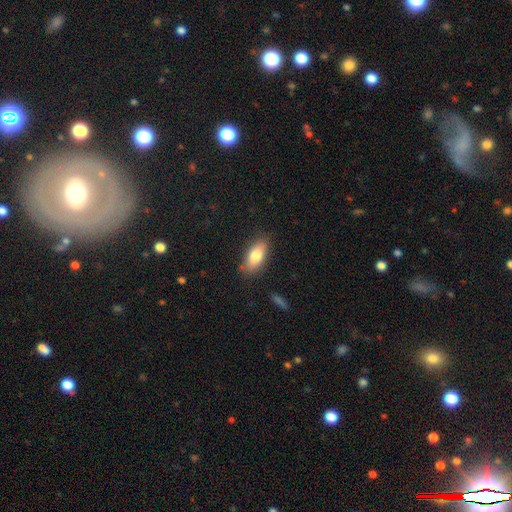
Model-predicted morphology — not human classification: Q: Smooth or featured?
A: smooth (80%); runner-up: featured or disk (14%)
Q: How rounded?
A: in between (85%); runner-up: cigar-shaped (11%)
Q: Merging?
A: none (82%); runner-up: minor disturbance (13%)